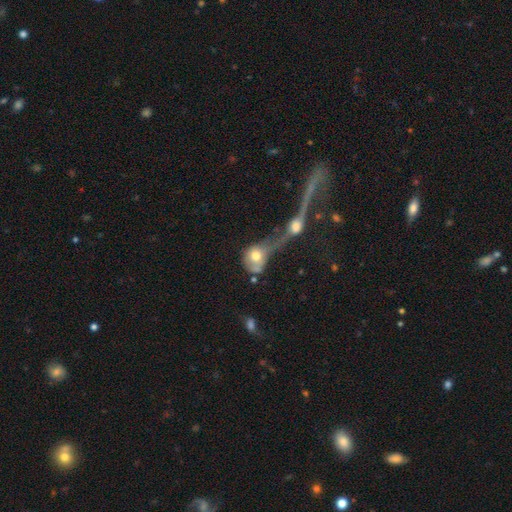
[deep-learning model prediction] Morphology: type=smooth (64%); roundness=round (59%); merging=merger (64%).